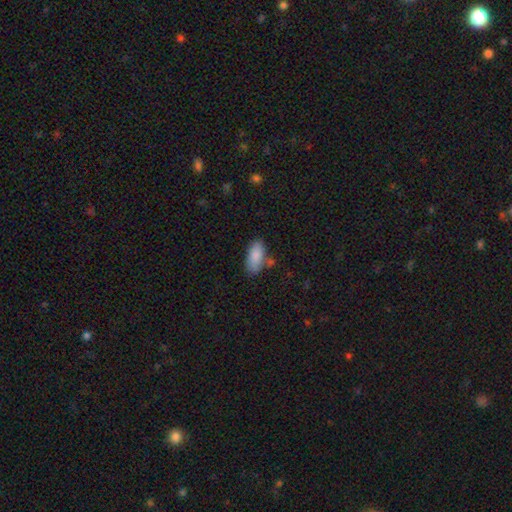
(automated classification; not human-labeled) This appears to be a smooth galaxy with no disk features (87%) that is in between round and cigar-shaped (89%). Merging: none (70%).